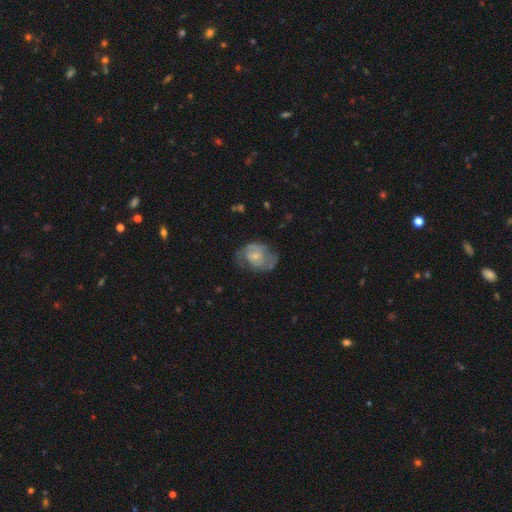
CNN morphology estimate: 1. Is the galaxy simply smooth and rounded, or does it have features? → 62% featured or disk, 32% smooth, 7% star or artifact.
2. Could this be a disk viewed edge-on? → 97% no, 3% yes.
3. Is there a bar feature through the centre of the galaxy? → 71% no, 24% weak, 4% strong.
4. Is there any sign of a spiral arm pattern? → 78% yes, 22% no.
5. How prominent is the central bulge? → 63% small, 27% moderate, 6% none, 3% large, 1% dominant.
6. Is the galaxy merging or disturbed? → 50% none, 27% minor disturbance, 21% major disturbance, 2% merger.